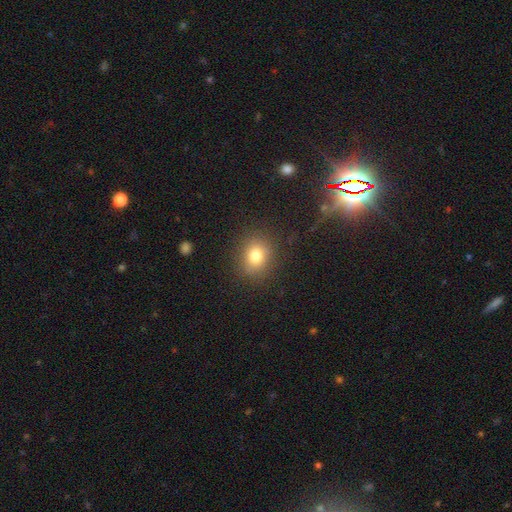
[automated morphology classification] This is likely a smooth galaxy (79%). How rounded: likely round (60%). Merging: clearly none (85%).